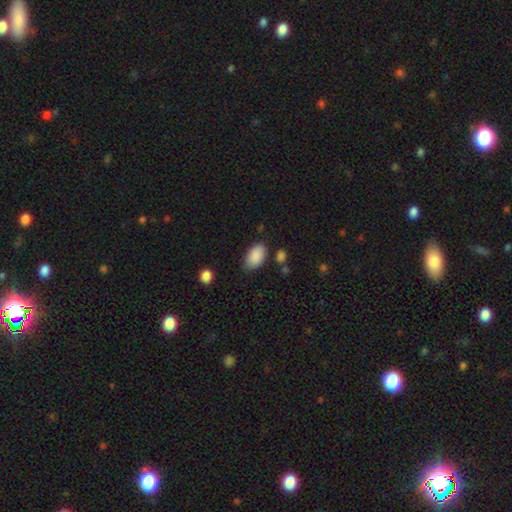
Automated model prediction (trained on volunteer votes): This is clearly a smooth galaxy (89%). How rounded: clearly in between (93%). Merging: likely none (78%).